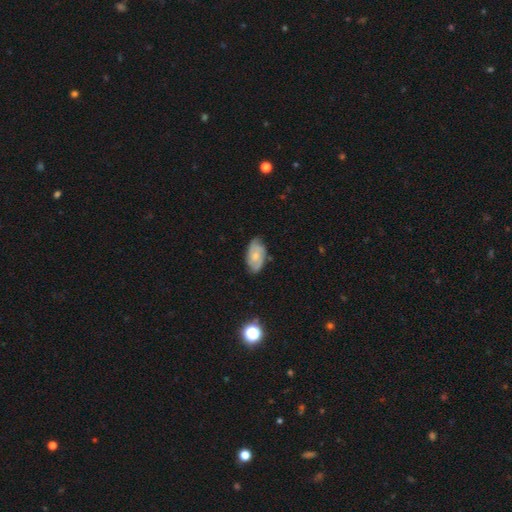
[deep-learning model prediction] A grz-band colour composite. It shows a featured or disk galaxy (63%) with no bar (69%), 2 (40%) tight (44%) spiral arms (90%) and a small central bulge (50%). Merging: none (73%).